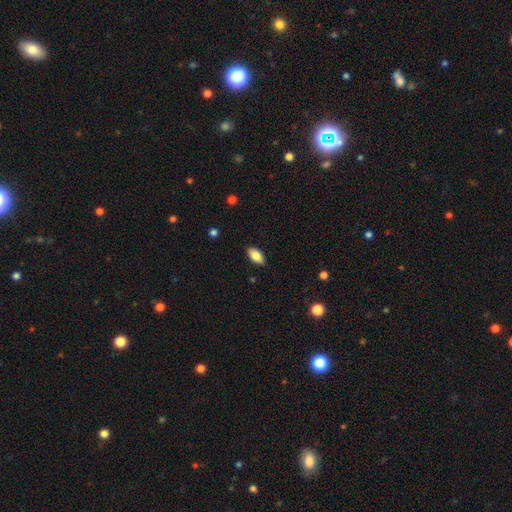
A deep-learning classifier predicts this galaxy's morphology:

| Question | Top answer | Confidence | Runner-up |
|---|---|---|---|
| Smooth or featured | smooth | 82% | featured or disk (11%) |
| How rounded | in between | 92% | cigar-shaped (5%) |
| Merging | none | 88% | minor disturbance (9%) |